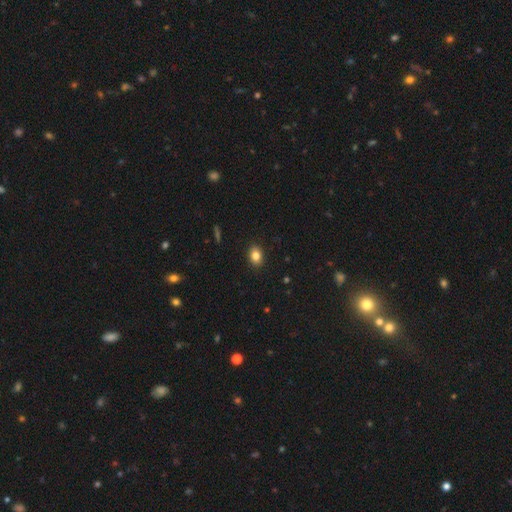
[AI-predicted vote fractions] Overall: smooth (83%). How rounded: in between (67%; round 31%). Merging: none (89%).